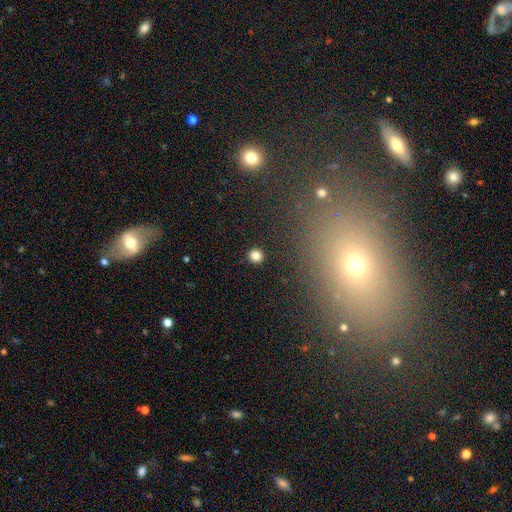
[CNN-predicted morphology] smooth 83%, star or artifact 13%, featured or disk 4%. Down the decision tree: how rounded — round (93%); merging — none (92%).